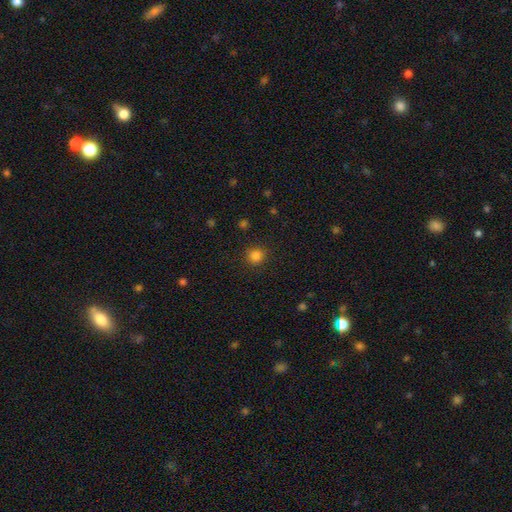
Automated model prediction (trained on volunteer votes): Smooth or featured: smooth — 83% (star or artifact — 13%)
How rounded: round — 91% (in between — 8%)
Merging: none — 89% (minor disturbance — 7%)